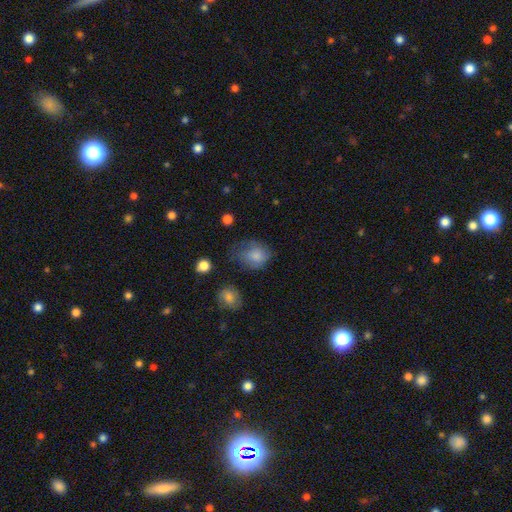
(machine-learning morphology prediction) smooth-or-featured: smooth: 79% | featured or disk: 12% | star or artifact: 9%
  how-rounded: round: 56% | in between: 43% | cigar-shaped: 1%
  merging: none: 48% | minor disturbance: 32% | major disturbance: 17% | merger: 3%